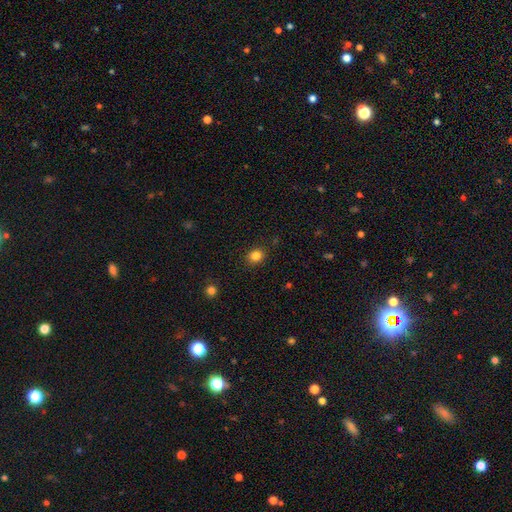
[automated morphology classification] Overall: smooth (84%). How rounded: round (68%; in between 31%). Merging: none (88%).